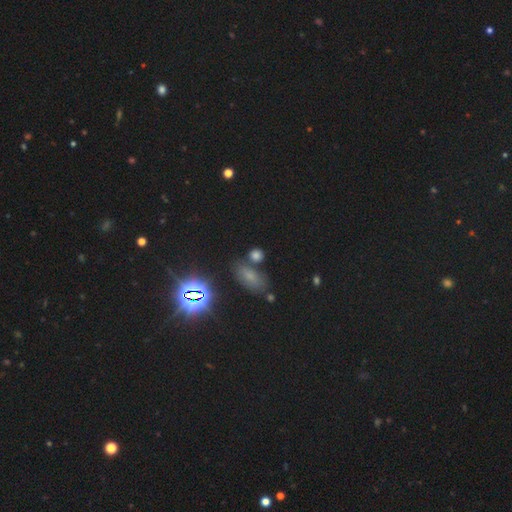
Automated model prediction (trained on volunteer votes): Smooth or featured: smooth — 67% (star or artifact — 25%)
How rounded: round — 56% (in between — 40%)
Merging: none — 68% (merger — 14%)